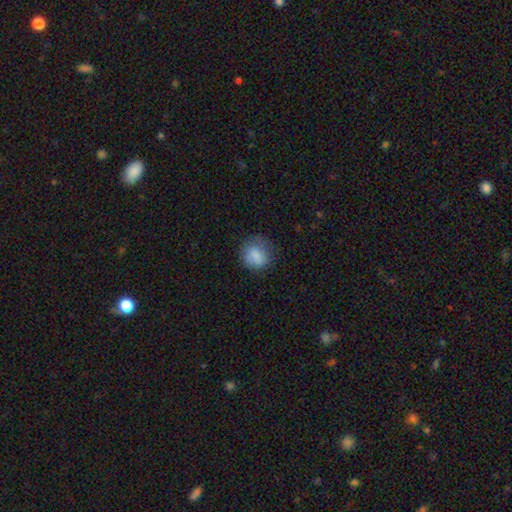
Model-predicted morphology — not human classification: Q: Smooth or featured?
A: smooth (82%); runner-up: featured or disk (9%)
Q: How rounded?
A: round (72%); runner-up: in between (27%)
Q: Merging?
A: none (69%); runner-up: minor disturbance (21%)